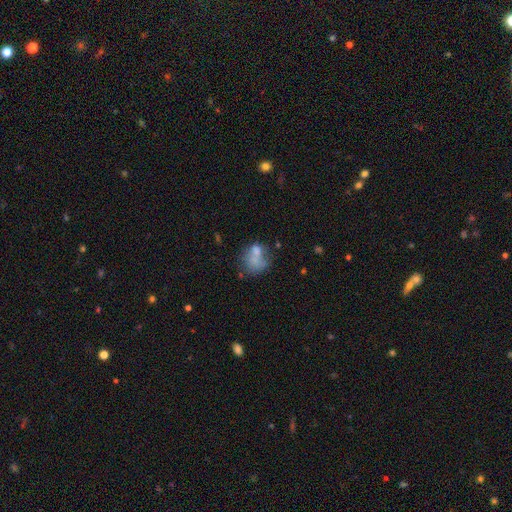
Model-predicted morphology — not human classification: Smooth or featured? smooth (63%)
How rounded? in between (56%)
Merging? none (34%)